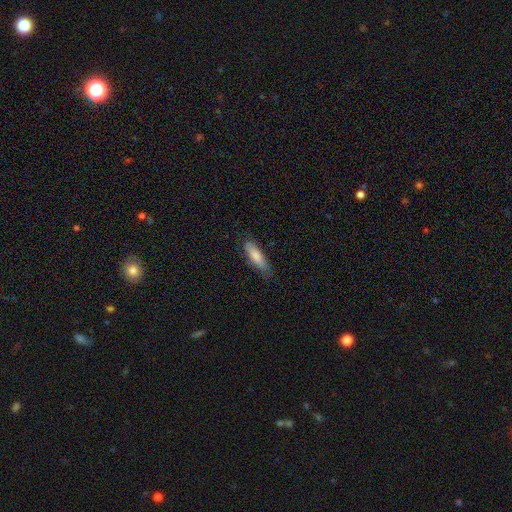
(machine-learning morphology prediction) Q: Smooth or featured?
A: smooth (78%); runner-up: featured or disk (16%)
Q: How rounded?
A: cigar-shaped (56%); runner-up: in between (43%)
Q: Merging?
A: none (74%); runner-up: minor disturbance (20%)